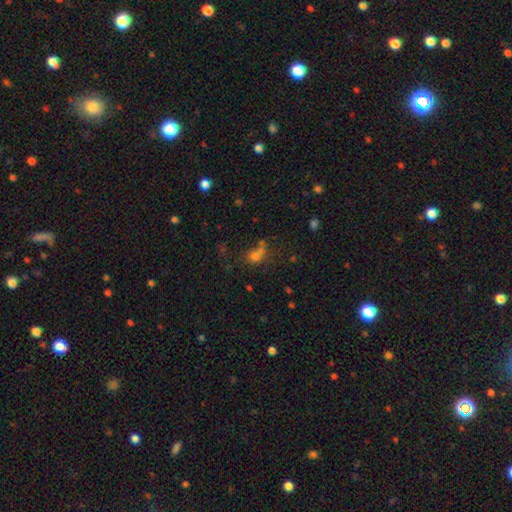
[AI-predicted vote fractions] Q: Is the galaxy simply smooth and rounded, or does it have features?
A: smooth — 63%.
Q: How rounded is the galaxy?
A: round — 66%.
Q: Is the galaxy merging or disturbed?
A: none — 44%.